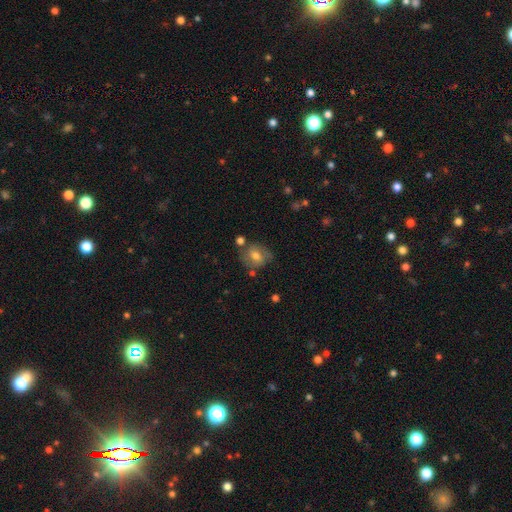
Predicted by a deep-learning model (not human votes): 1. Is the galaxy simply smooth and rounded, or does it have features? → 55% smooth, 36% featured or disk, 9% star or artifact.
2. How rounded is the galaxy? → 58% round, 41% in between, 1% cigar-shaped.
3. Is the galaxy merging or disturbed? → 62% none, 21% minor disturbance, 9% merger, 8% major disturbance.